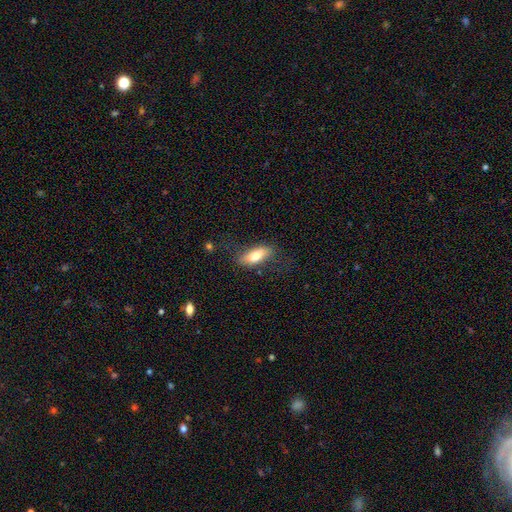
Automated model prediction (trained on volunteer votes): This is likely a smooth galaxy (72%). How rounded: likely in between (74%). Merging: likely none (63%).